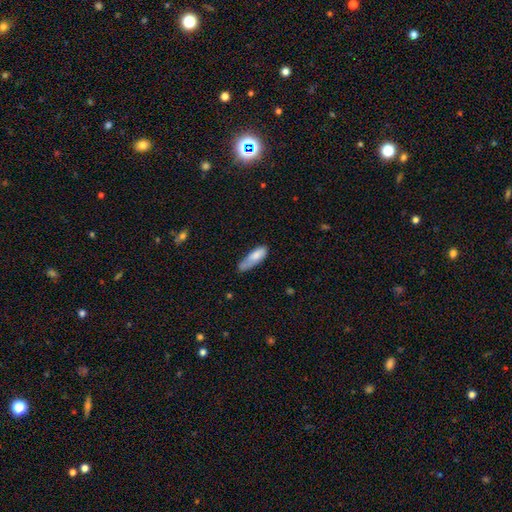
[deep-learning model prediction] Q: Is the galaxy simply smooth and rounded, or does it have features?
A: smooth — 78%.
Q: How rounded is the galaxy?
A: in between — 52%.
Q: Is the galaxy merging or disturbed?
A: none — 41%.